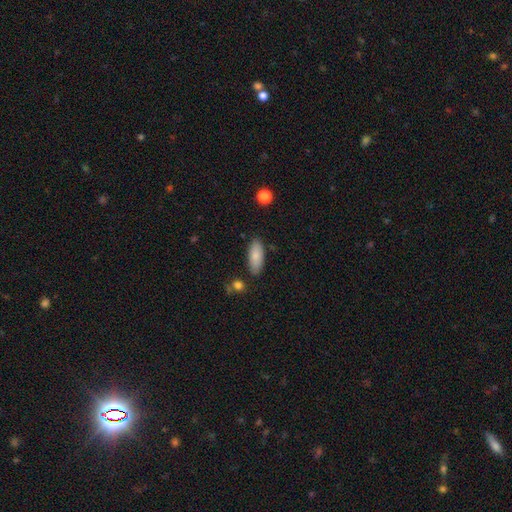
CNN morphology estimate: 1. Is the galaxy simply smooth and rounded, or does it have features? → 84% smooth, 10% featured or disk, 6% star or artifact.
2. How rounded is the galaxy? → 80% in between, 18% cigar-shaped, 2% round.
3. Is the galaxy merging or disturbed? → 84% none, 11% minor disturbance, 3% merger, 2% major disturbance.